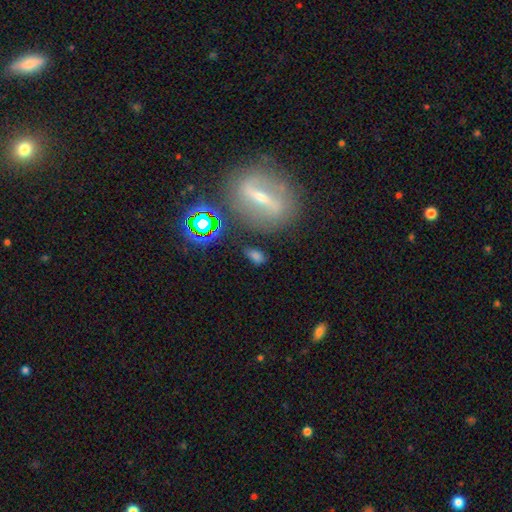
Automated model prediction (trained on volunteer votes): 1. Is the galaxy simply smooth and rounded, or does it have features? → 60% smooth, 22% star or artifact, 17% featured or disk.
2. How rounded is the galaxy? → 80% in between, 13% round, 8% cigar-shaped.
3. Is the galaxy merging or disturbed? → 70% none, 17% minor disturbance, 7% major disturbance, 6% merger.